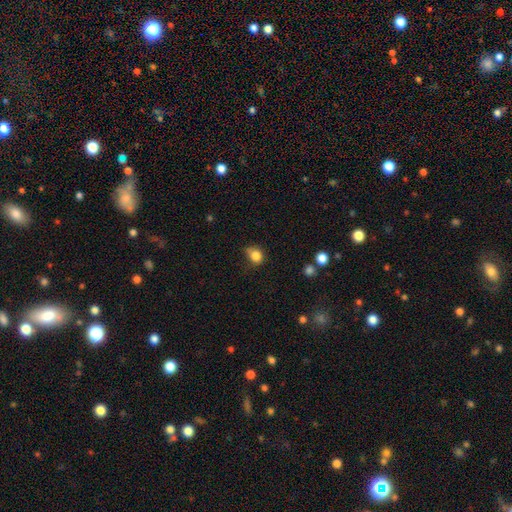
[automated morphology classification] Smooth or featured? smooth (82%)
How rounded? round (60%)
Merging? none (47%)